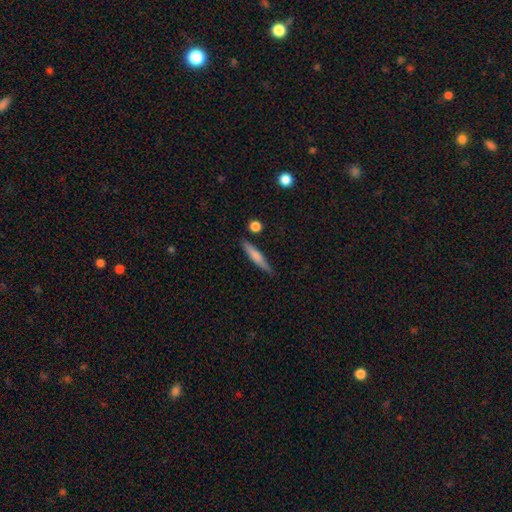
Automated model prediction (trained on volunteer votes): Smooth or featured? Predicted: smooth (p=0.67). How rounded? Predicted: cigar-shaped (p=0.91). Merging? Predicted: none (p=0.83).